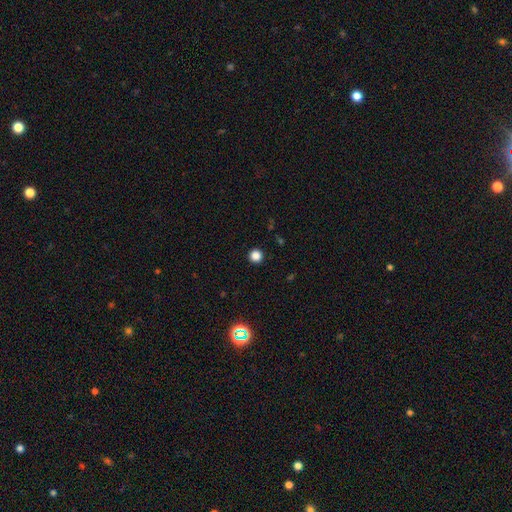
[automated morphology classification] The model was most divided on "smooth or featured": smooth: 84%, star or artifact: 13%, featured or disk: 3%. More confident: how rounded — round (96%); merging — none (93%).